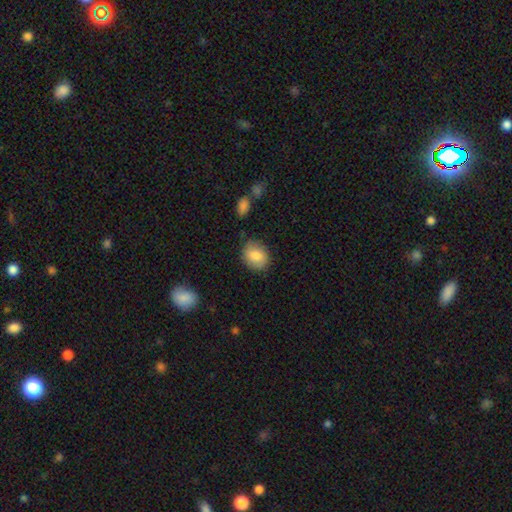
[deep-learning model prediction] Morphology: type=smooth (80%); roundness=round (64%); merging=none (80%).